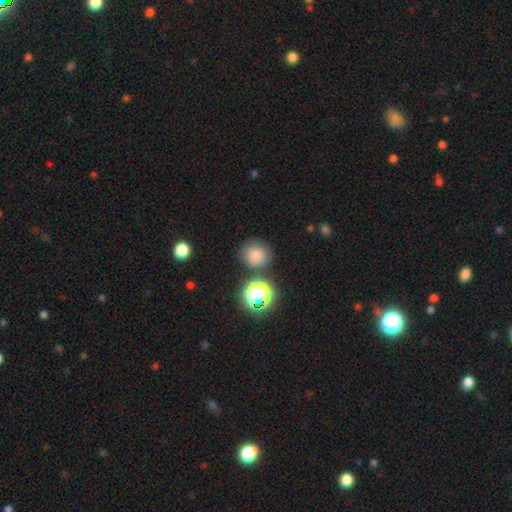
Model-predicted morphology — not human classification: smooth-or-featured: smooth: 76% | star or artifact: 18% | featured or disk: 6%
  how-rounded: round: 88% | in between: 11% | cigar-shaped: 1%
  merging: none: 76% | minor disturbance: 11% | merger: 9% | major disturbance: 4%